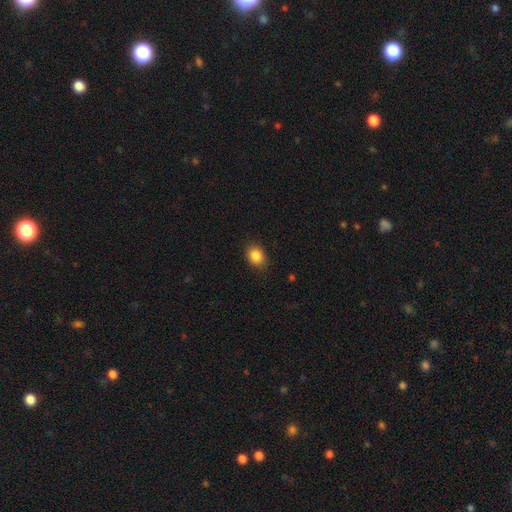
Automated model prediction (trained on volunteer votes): smooth_or_featured: smooth (p=0.87) [alt: star or artifact p=0.09]
how_rounded: in between (p=0.61) [alt: round p=0.38]
merging: none (p=0.85) [alt: minor disturbance p=0.11]